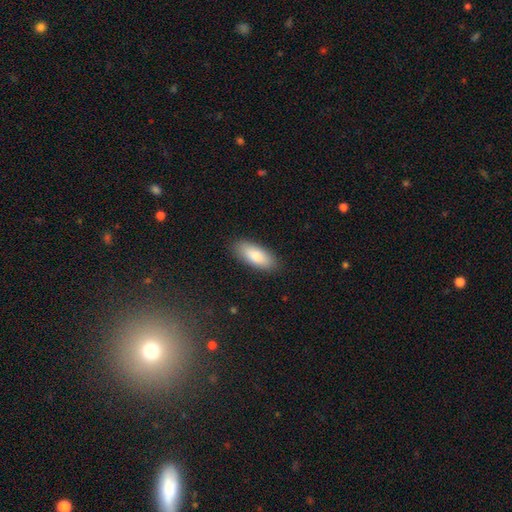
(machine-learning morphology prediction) The model was most divided on "how rounded": in between: 80%, cigar-shaped: 18%, round: 2%. More confident: merging — none (88%); smooth or featured — smooth (84%).